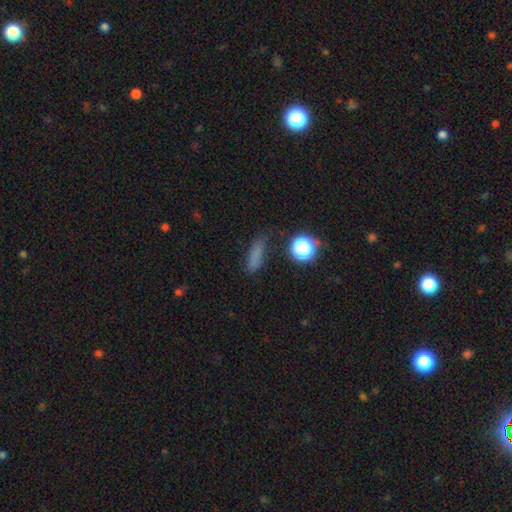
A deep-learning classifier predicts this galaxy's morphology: Smooth or featured? smooth (72%)
How rounded? cigar-shaped (59%)
Merging? none (69%)